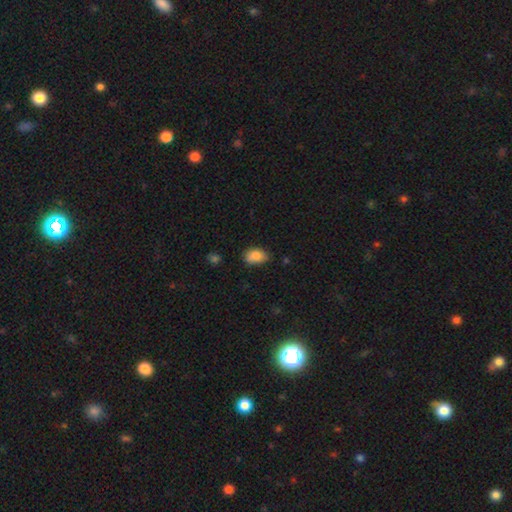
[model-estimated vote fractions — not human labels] The model was most divided on "merging": none: 67%, minor disturbance: 27%, major disturbance: 4%, merger: 3%. More confident: how rounded — in between (87%); smooth or featured — smooth (84%).